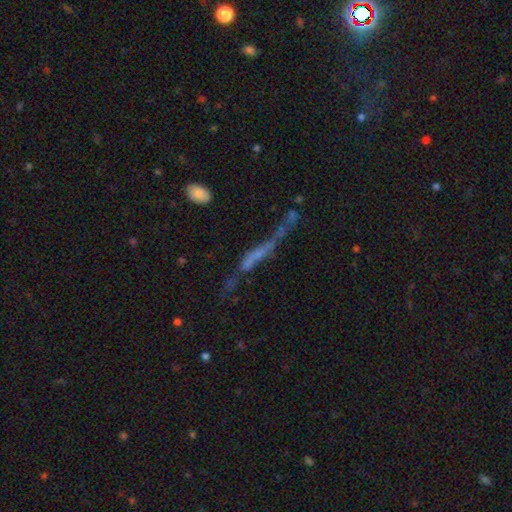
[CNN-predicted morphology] The model was most divided on "merging": none: 32%, major disturbance: 31%, merger: 20%, minor disturbance: 17%. Remaining: smooth or featured — featured or disk (48%).